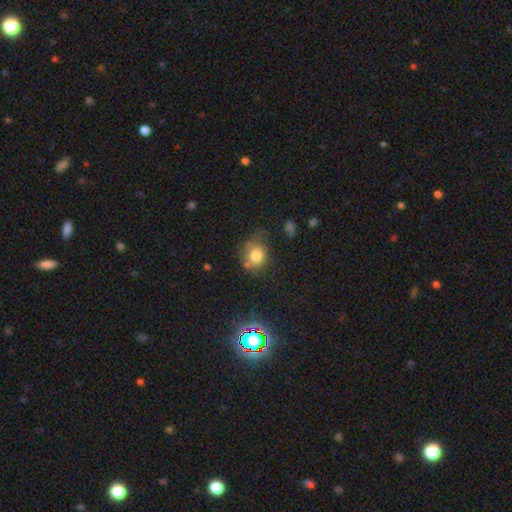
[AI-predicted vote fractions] This appears to be a smooth galaxy with no disk features (77%) that is round (71%). Merging: none (57%).